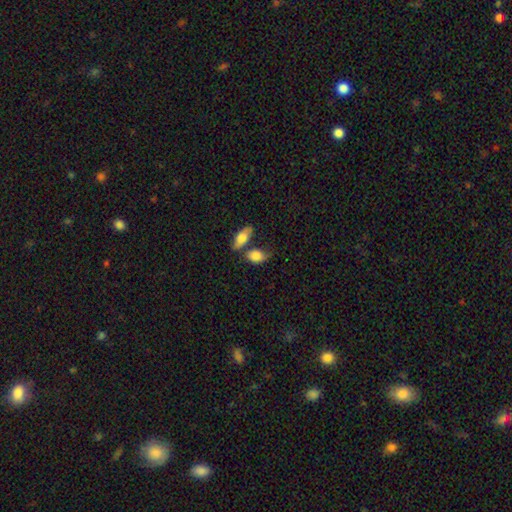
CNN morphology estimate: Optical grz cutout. It shows a smooth galaxy with no disk features (82%) that is in between round and cigar-shaped (81%). Merging: none (45%).